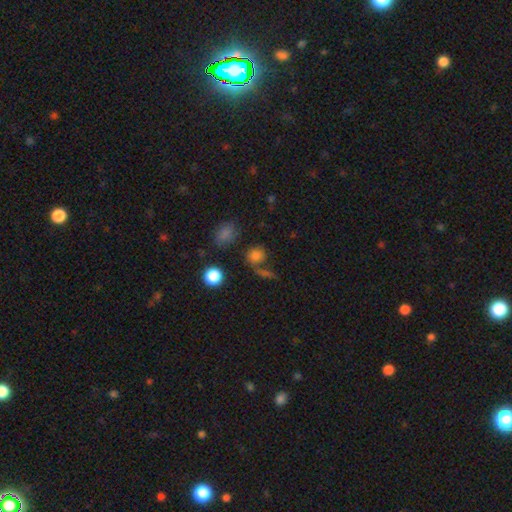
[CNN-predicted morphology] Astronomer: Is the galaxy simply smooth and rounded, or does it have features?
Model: smooth — 74%.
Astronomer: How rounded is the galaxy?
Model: round — 77%.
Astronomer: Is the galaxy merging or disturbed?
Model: none — 61%.